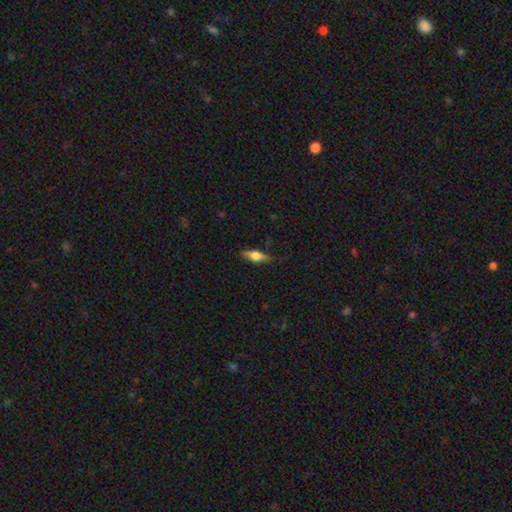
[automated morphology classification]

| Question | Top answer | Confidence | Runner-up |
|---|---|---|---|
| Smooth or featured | featured or disk | 49% | smooth (44%) |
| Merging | none | 82% | minor disturbance (14%) |